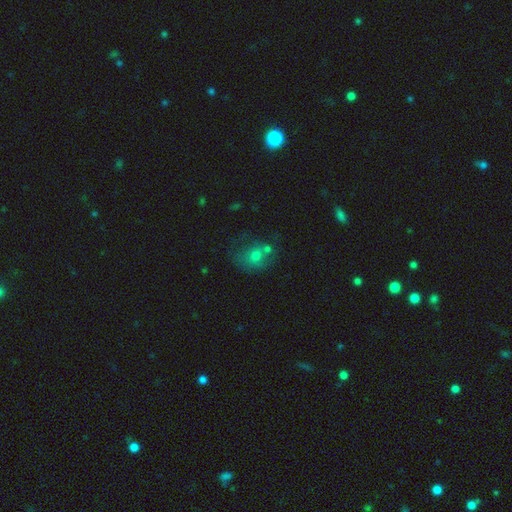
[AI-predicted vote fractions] Smooth or featured: smooth — 59% (featured or disk — 29%)
How rounded: round — 58% (in between — 41%)
Merging: none — 40% (merger — 24%)